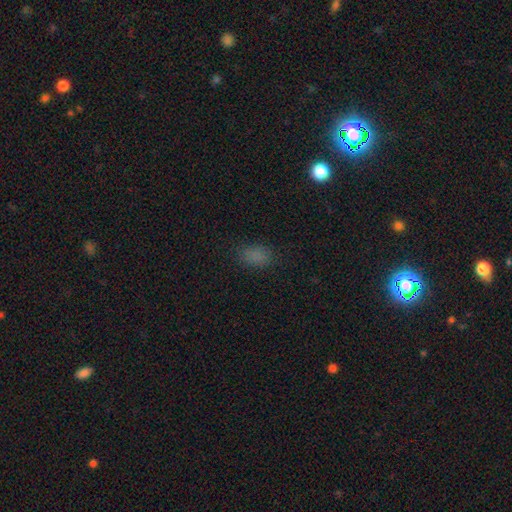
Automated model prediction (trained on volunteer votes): smooth-or-featured: smooth: 79% | star or artifact: 16% | featured or disk: 5%
  how-rounded: in between: 84% | round: 14% | cigar-shaped: 2%
  merging: none: 81% | minor disturbance: 14% | major disturbance: 4% | merger: 1%